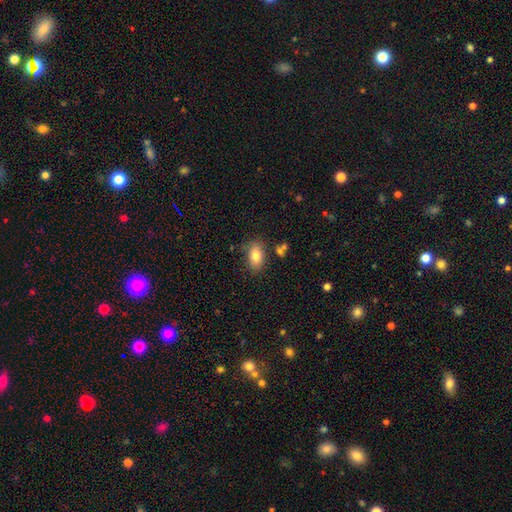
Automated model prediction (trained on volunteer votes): A smooth galaxy with no disk features (79%) that is in between round and cigar-shaped (88%). Merging: none (77%).